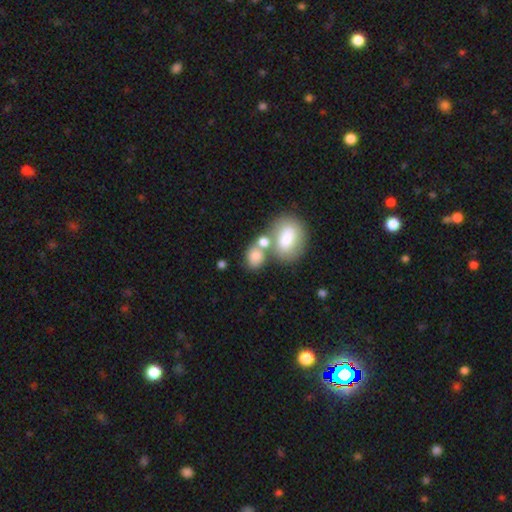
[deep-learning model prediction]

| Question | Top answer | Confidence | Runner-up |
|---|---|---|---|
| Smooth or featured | smooth | 77% | featured or disk (14%) |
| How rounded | in between | 55% | round (43%) |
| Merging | merger | 45% | none (38%) |